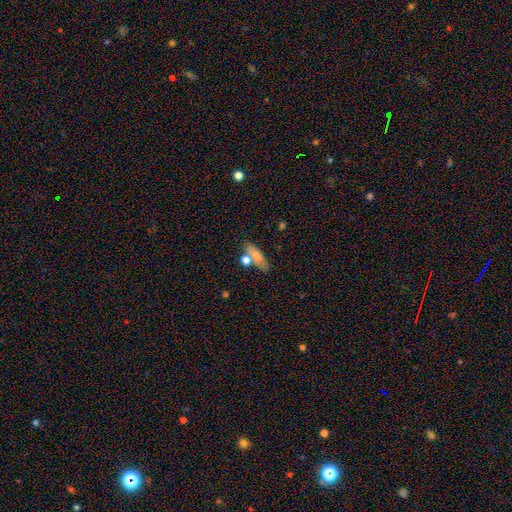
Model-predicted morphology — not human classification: Overall: smooth (75%). How rounded: in between (59%; cigar-shaped 35%). Merging: none (61%).